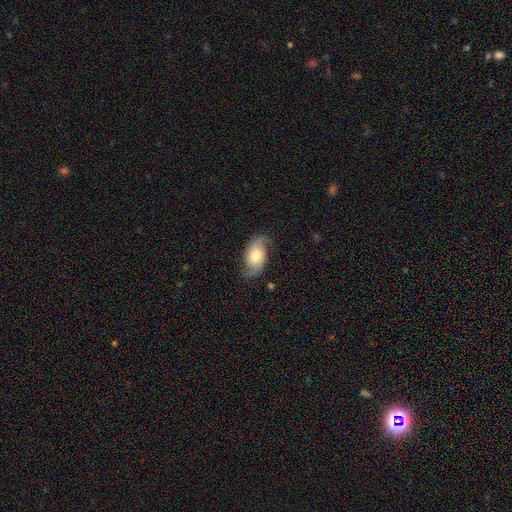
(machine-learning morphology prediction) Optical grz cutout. It shows a featured or disk galaxy (65%) with no bar (72%), 2 (87%) loose (46%) spiral arms (92%) and a moderate central bulge (55%). Merging: none (70%).